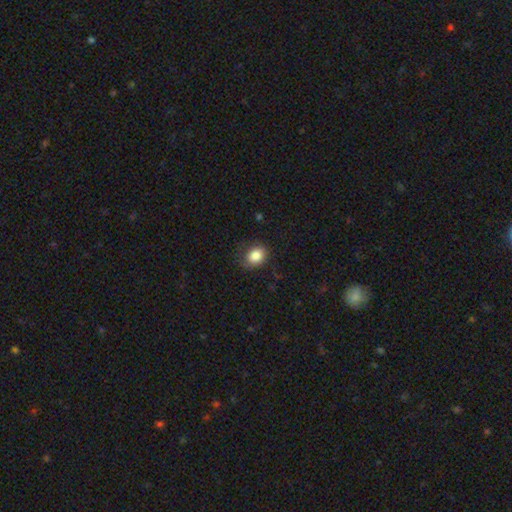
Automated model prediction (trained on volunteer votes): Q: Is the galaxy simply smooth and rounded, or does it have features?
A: smooth — 85%.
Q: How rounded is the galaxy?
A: in between — 60%.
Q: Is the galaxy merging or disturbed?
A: none — 74%.